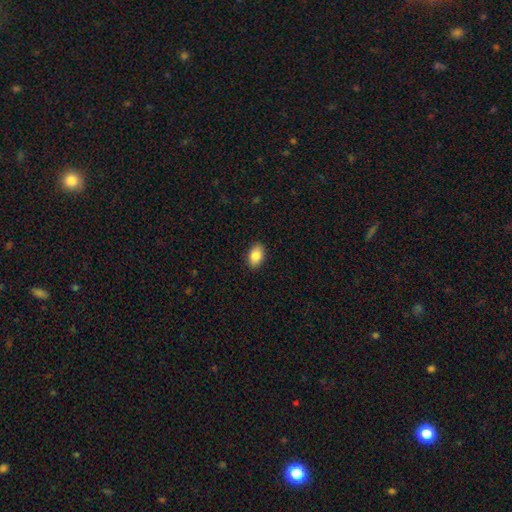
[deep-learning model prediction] The model was most divided on "how rounded": in between: 87%, round: 12%, cigar-shaped: 1%. More confident: merging — none (89%); smooth or featured — smooth (87%).